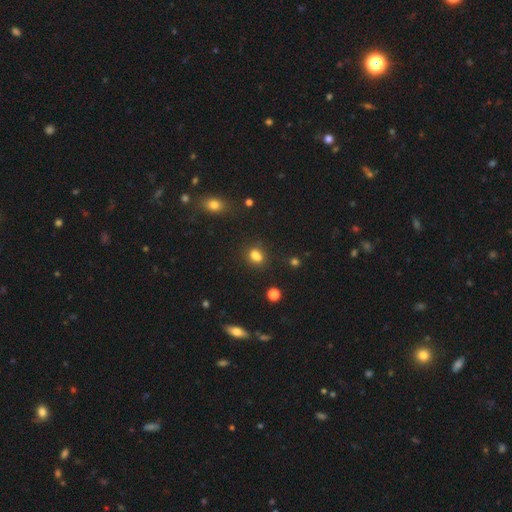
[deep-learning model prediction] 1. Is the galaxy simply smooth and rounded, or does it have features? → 76% smooth, 15% star or artifact, 9% featured or disk.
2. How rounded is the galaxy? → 63% in between, 35% round, 3% cigar-shaped.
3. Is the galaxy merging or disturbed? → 60% none, 21% merger, 14% minor disturbance, 5% major disturbance.